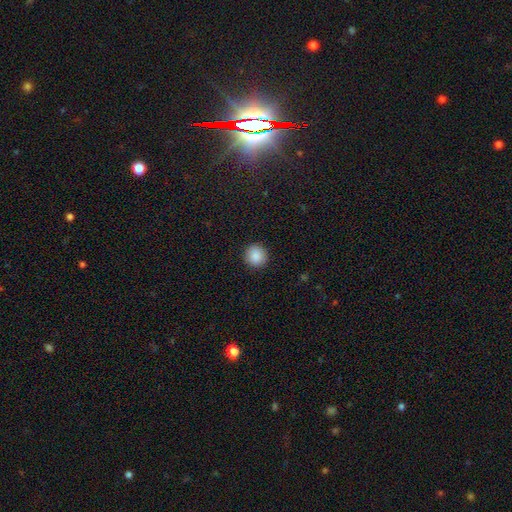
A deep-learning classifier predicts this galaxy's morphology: This is clearly a smooth galaxy (88%). How rounded: clearly round (93%). Merging: clearly none (92%).